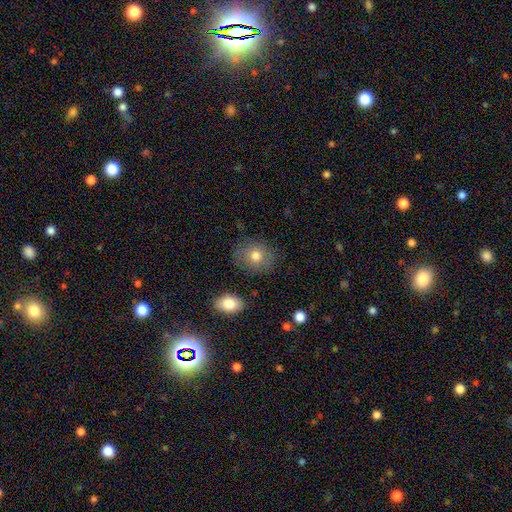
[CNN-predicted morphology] smooth_or_featured: smooth (p=0.77) [alt: featured or disk p=0.13]
how_rounded: round (p=0.64) [alt: in between p=0.35]
merging: none (p=0.83) [alt: minor disturbance p=0.11]